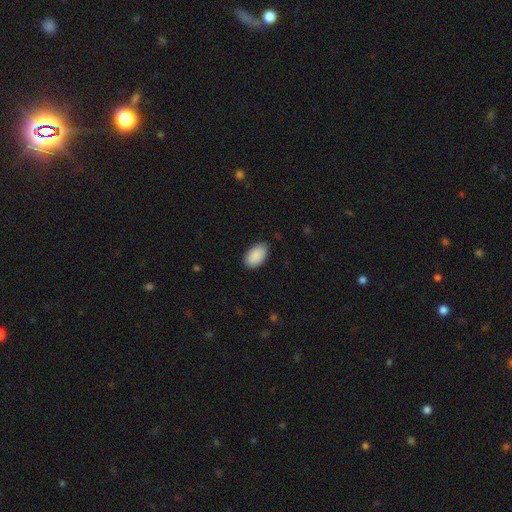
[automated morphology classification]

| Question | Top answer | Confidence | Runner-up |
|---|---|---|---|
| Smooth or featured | smooth | 91% | star or artifact (6%) |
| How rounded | in between | 94% | round (5%) |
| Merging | none | 85% | minor disturbance (12%) |